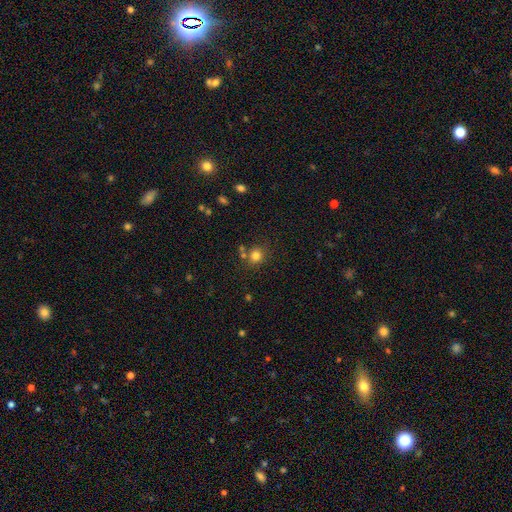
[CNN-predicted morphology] The model was most divided on "merging": none: 70%, merger: 15%, minor disturbance: 11%, major disturbance: 4%. More confident: how rounded — round (82%); smooth or featured — smooth (79%).